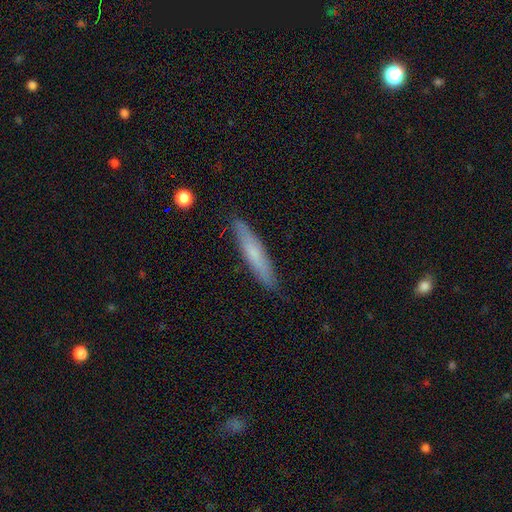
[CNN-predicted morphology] type=smooth (65%); roundness=cigar-shaped (91%); merging=none (88%).